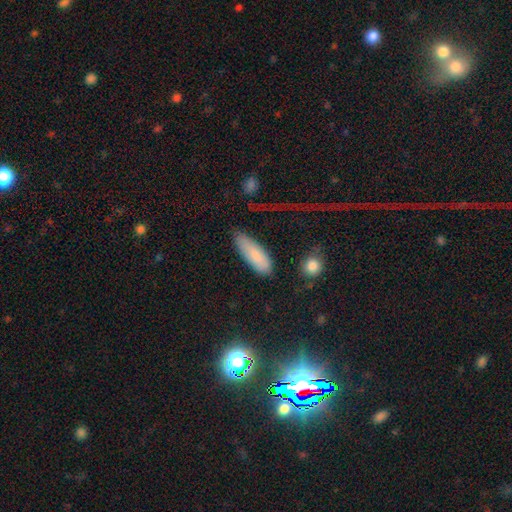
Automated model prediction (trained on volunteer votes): Smooth or featured? Predicted: smooth (p=0.81). How rounded? Predicted: in between (p=0.57). Merging? Predicted: none (p=0.72).